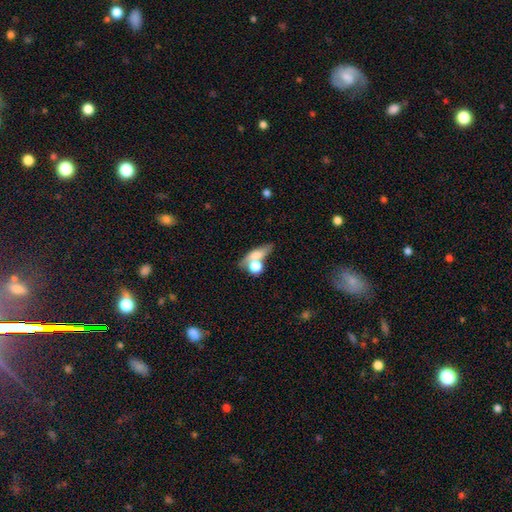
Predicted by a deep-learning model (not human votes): This appears to be a smooth galaxy with no disk features (64%) that is in between round and cigar-shaped (44%). Merging: none (41%).